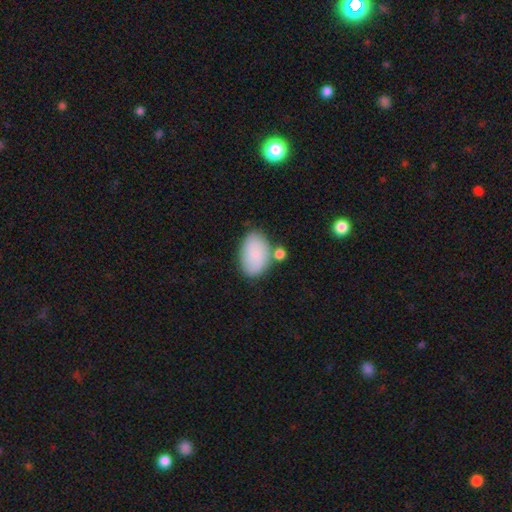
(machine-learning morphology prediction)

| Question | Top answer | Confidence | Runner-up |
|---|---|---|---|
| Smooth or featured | smooth | 75% | featured or disk (18%) |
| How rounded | in between | 90% | round (9%) |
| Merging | none | 65% | minor disturbance (18%) |